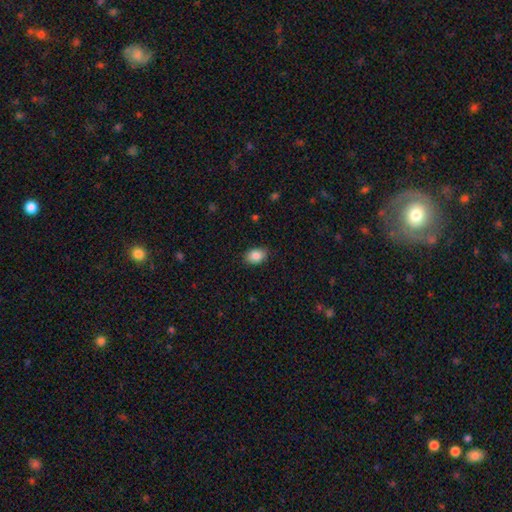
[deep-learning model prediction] Smooth or featured?
  - smooth: 86% *
  - star or artifact: 8%
  - featured or disk: 6%
How rounded?
  - in between: 81% *
  - round: 17%
  - cigar-shaped: 1%
Merging?
  - none: 85% *
  - minor disturbance: 12%
  - major disturbance: 2%
  - merger: 1%